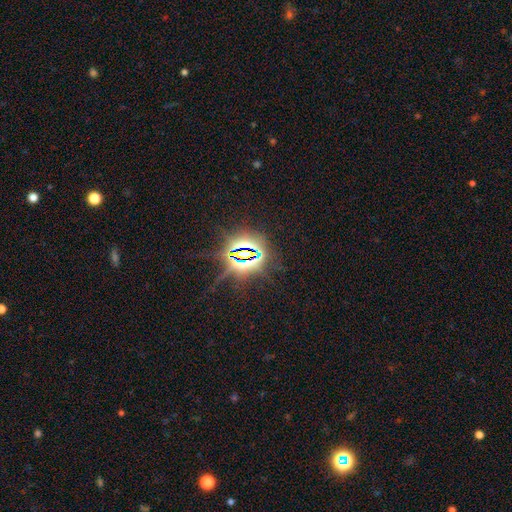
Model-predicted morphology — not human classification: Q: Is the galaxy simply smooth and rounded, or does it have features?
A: star or artifact — 83%.